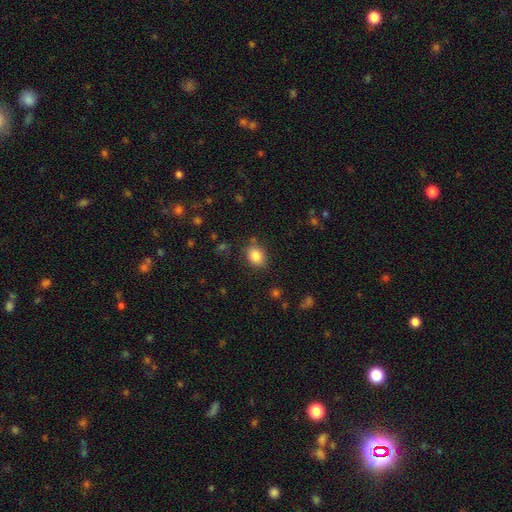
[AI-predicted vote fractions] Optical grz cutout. It shows a smooth galaxy with no disk features (85%) that is in between round and cigar-shaped (63%). Merging: none (81%).